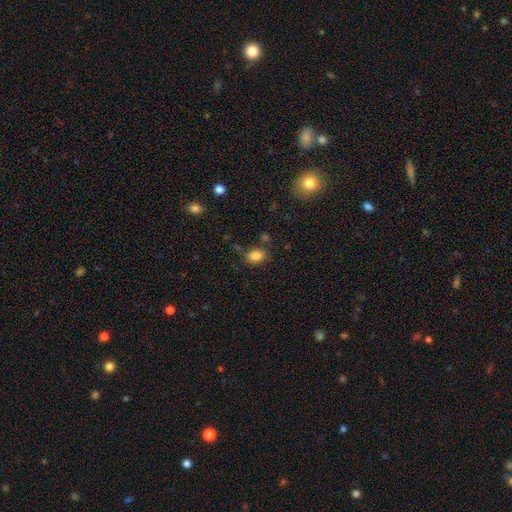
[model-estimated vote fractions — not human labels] A smooth galaxy with no disk features (84%) that is in between round and cigar-shaped (61%). Merging: none (74%).